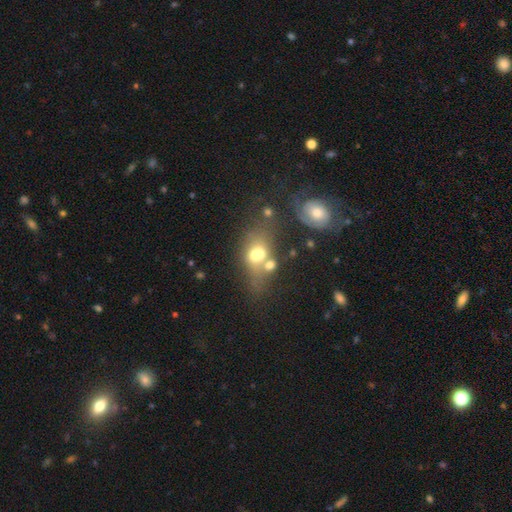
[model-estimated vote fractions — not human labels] smooth_or_featured: smooth (p=0.52) [alt: featured or disk p=0.33]
how_rounded: in between (p=0.66) [alt: round p=0.30]
merging: merger (p=0.53) [alt: none p=0.25]